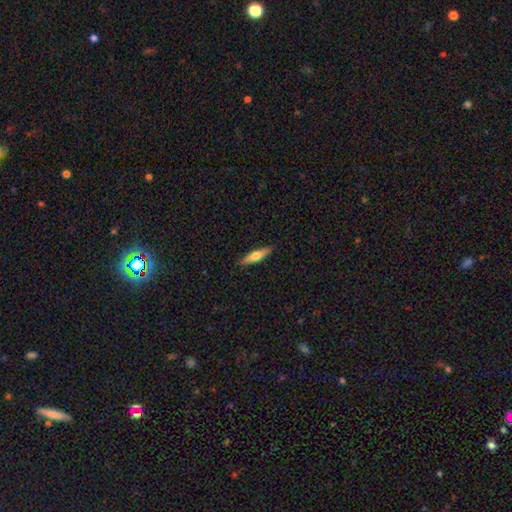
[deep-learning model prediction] Smooth or featured: smooth — 58% (featured or disk — 36%)
How rounded: cigar-shaped — 77% (in between — 21%)
Merging: none — 89% (minor disturbance — 8%)